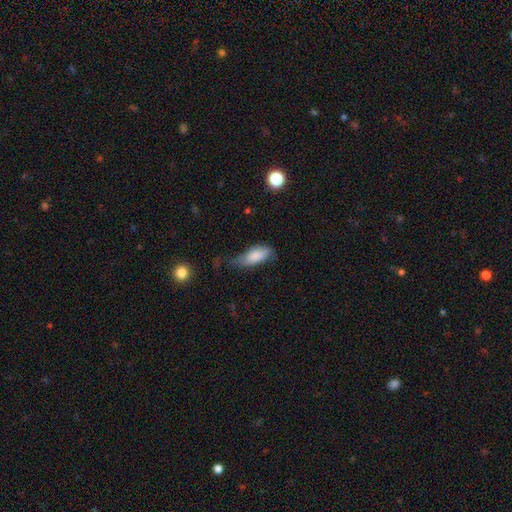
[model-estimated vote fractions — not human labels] Smooth or featured: smooth — 79% (featured or disk — 14%)
How rounded: in between — 83% (cigar-shaped — 15%)
Merging: minor disturbance — 40% (none — 39%)